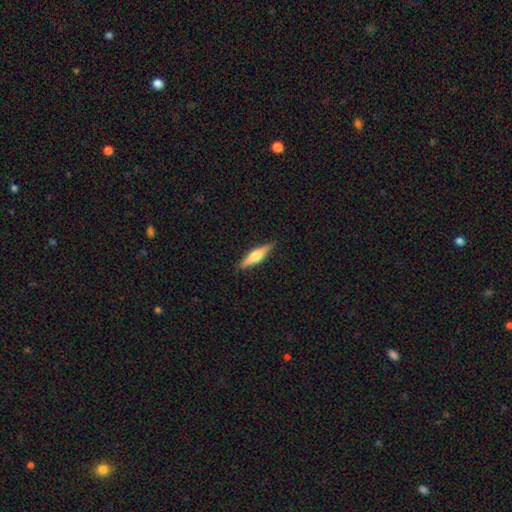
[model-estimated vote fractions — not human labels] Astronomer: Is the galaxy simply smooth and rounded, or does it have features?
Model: featured or disk — 55% (runner-up: smooth, 39%).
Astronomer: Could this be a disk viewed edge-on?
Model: yes — 96%.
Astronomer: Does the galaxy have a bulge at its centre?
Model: rounded — 90%.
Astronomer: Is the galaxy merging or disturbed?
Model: none — 89%.